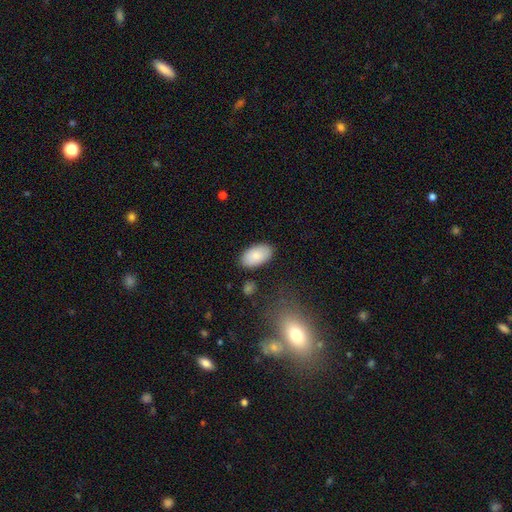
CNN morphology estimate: Smooth or featured: smooth — 85% (featured or disk — 9%)
How rounded: in between — 95% (round — 3%)
Merging: none — 85% (minor disturbance — 11%)